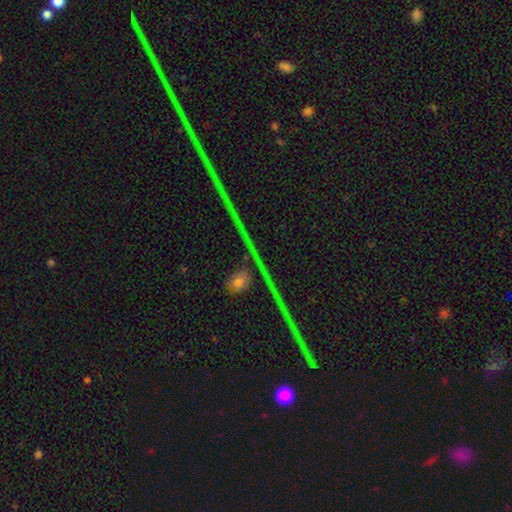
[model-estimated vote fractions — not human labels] Smooth or featured? star or artifact (57%)